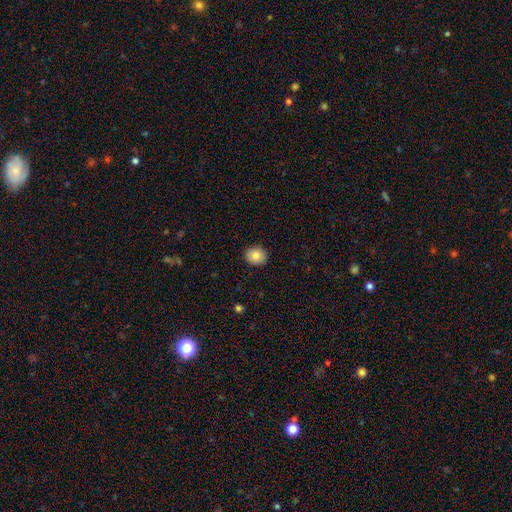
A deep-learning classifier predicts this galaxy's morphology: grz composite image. It shows a smooth galaxy with no disk features (84%) that is round (70%). Merging: none (91%).